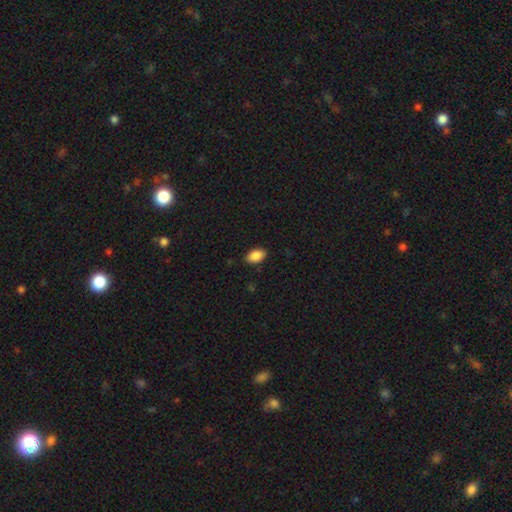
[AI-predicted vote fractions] A smooth galaxy with no disk features (88%) that is in between round and cigar-shaped (91%).

Vote fractions:
- Smooth or featured? smooth: 88% / star or artifact: 8% / featured or disk: 5%
- How rounded? in between: 91% / round: 7% / cigar-shaped: 2%
- Merging? none: 86% / minor disturbance: 11% / major disturbance: 2% / merger: 1%